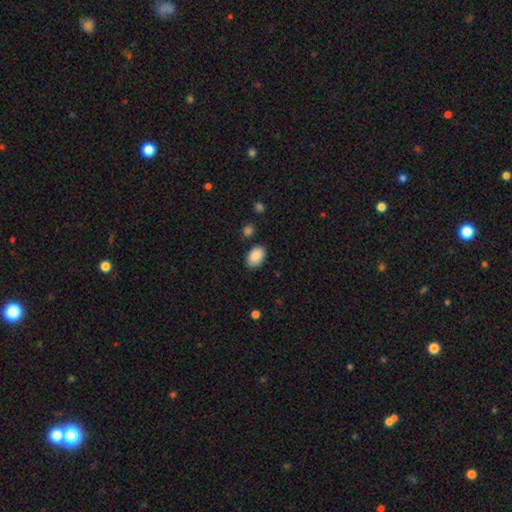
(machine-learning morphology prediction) smooth 89%, star or artifact 7%, featured or disk 4%. Down the decision tree: how rounded — in between (90%); merging — none (85%).